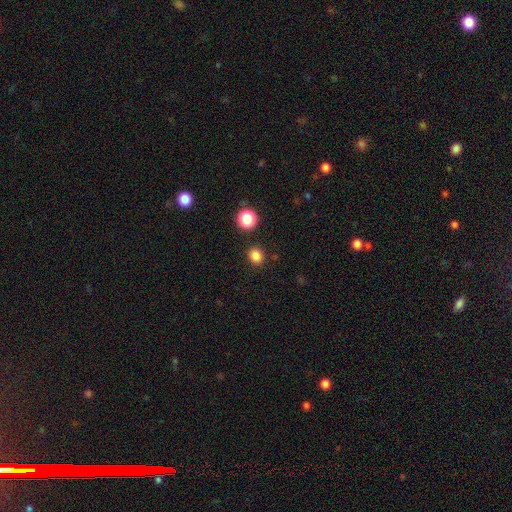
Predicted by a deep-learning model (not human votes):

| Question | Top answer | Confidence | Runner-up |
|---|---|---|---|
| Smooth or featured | smooth | 83% | star or artifact (13%) |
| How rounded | round | 69% | in between (30%) |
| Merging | none | 87% | minor disturbance (7%) |